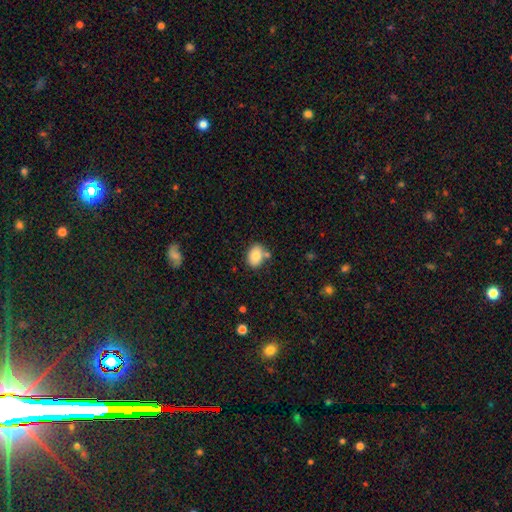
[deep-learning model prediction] Smooth or featured: smooth — 84% (featured or disk — 8%)
How rounded: in between — 78% (round — 21%)
Merging: none — 69% (minor disturbance — 15%)